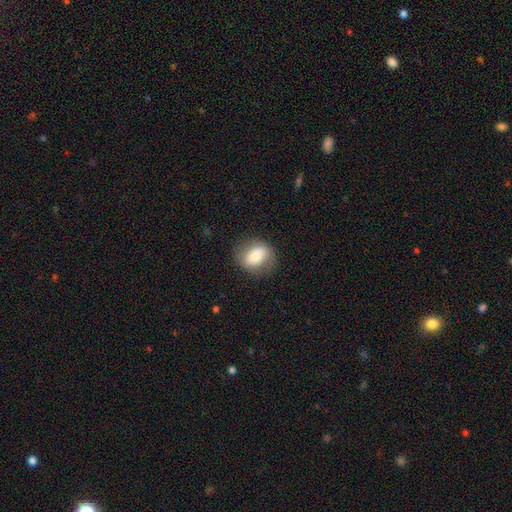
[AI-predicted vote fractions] smooth 72%, featured or disk 20%, star or artifact 8%. Down the decision tree: how rounded — round (50%); merging — none (78%).